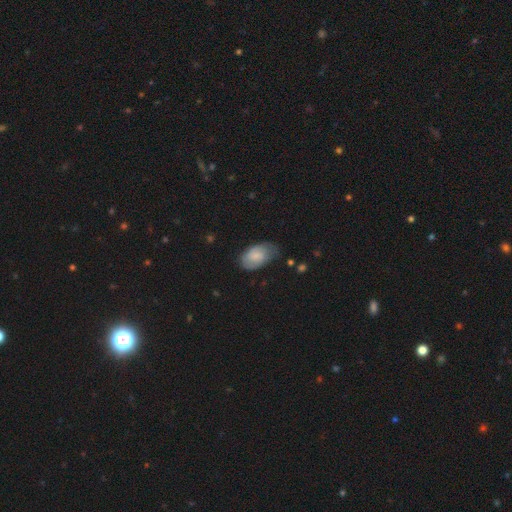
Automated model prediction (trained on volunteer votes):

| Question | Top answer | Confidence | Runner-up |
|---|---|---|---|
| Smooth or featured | smooth | 67% | featured or disk (27%) |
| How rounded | in between | 92% | round (6%) |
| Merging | none | 58% | minor disturbance (32%) |